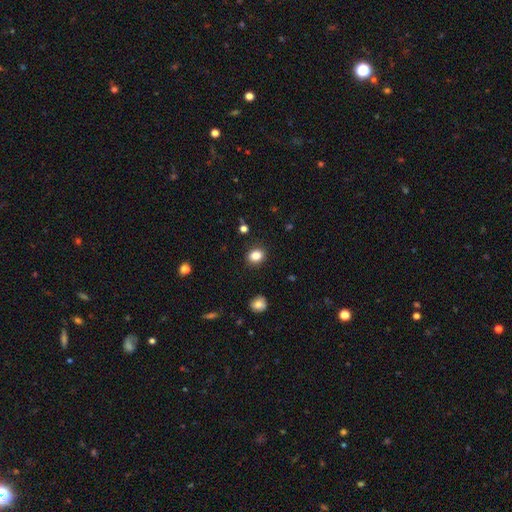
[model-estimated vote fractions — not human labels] The model was most divided on "how rounded": round: 53%, in between: 46%, cigar-shaped: 1%. More confident: merging — none (88%); smooth or featured — smooth (85%).